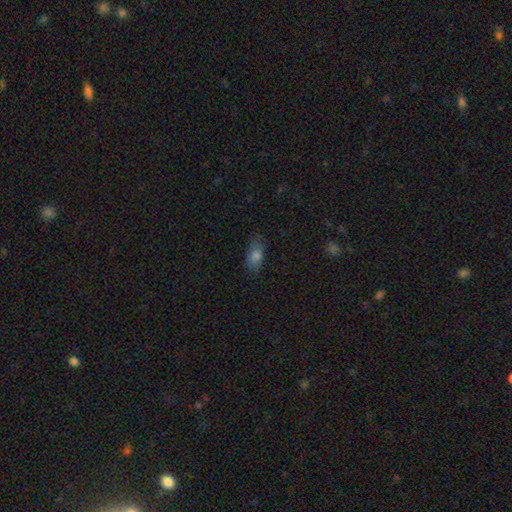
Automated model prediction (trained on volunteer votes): Morphology: type=smooth (75%); roundness=in between (85%); merging=none (75%).